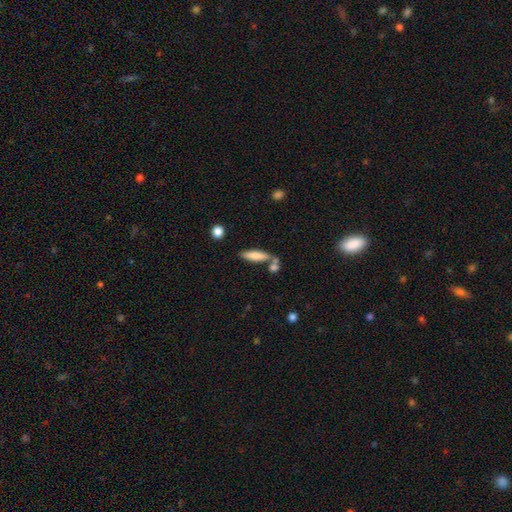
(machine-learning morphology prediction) Smooth or featured: smooth — 75% (featured or disk — 18%)
How rounded: cigar-shaped — 69% (in between — 29%)
Merging: none — 62% (merger — 20%)